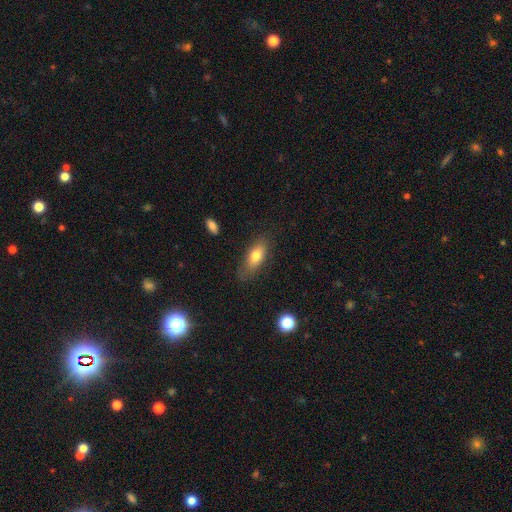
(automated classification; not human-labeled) smooth 74%, featured or disk 18%, star or artifact 8%. Down the decision tree: how rounded — in between (77%); merging — none (76%).